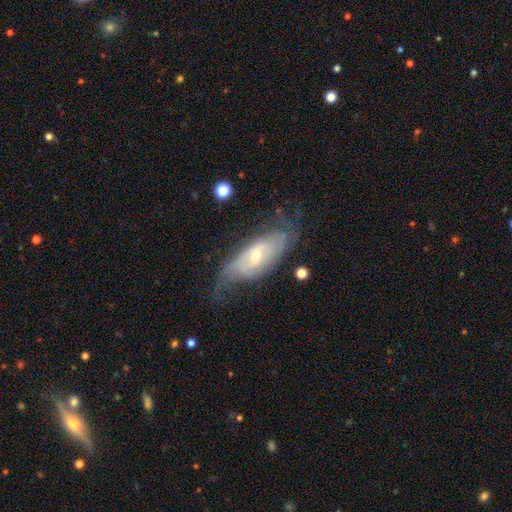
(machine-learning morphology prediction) smooth_or_featured: featured or disk (p=0.72) [alt: smooth p=0.21]
disk_edge_on: no (p=0.84) [alt: yes p=0.16]
bar: no (p=0.46) [alt: weak p=0.43]
has_spiral_arms: yes (p=0.83) [alt: no p=0.17]
spiral_winding: tight (p=0.41) [alt: medium p=0.37]
spiral_arm_count: can't tell (p=0.48) [alt: 2 p=0.38]
bulge_size: small (p=0.53) [alt: moderate p=0.41]
merging: none (p=0.55) [alt: minor disturbance p=0.27]